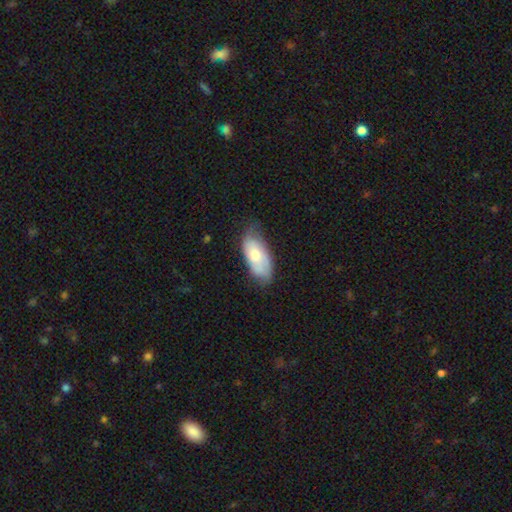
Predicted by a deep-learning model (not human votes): Smooth or featured?
  - smooth: 65% *
  - featured or disk: 29%
  - star or artifact: 6%
How rounded?
  - in between: 90% *
  - cigar-shaped: 8%
  - round: 2%
Merging?
  - none: 53% *
  - minor disturbance: 36%
  - major disturbance: 10%
  - merger: 2%